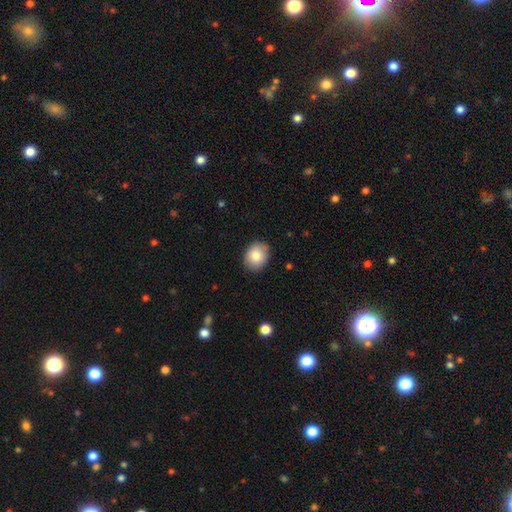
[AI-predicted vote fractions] This appears to be a smooth galaxy with no disk features (83%) that is round (51%). Merging: none (87%).